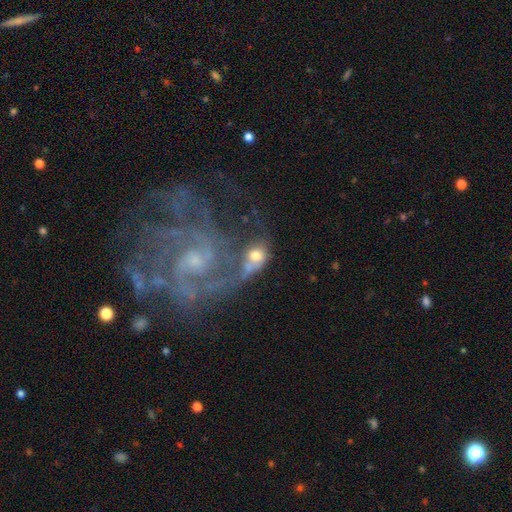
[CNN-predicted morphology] type=smooth (48%); merging=merger (36%).